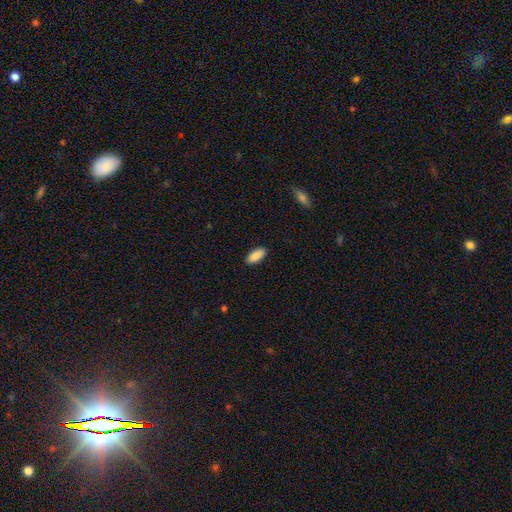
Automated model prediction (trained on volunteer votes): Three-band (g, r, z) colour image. It shows a smooth galaxy with no disk features (89%) that is in between round and cigar-shaped (90%). Merging: none (88%).